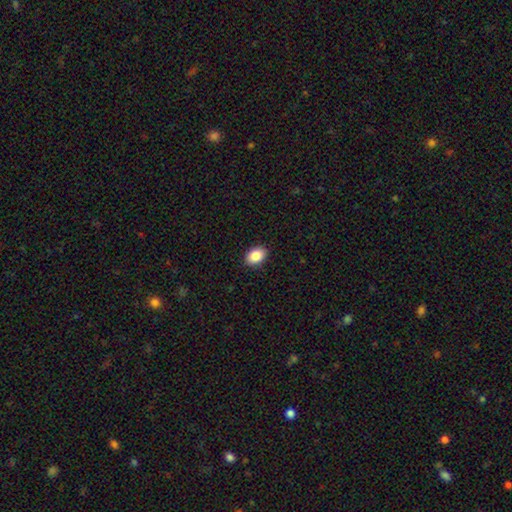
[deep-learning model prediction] This is clearly a smooth galaxy (88%). How rounded: clearly in between (81%). Merging: clearly none (90%).